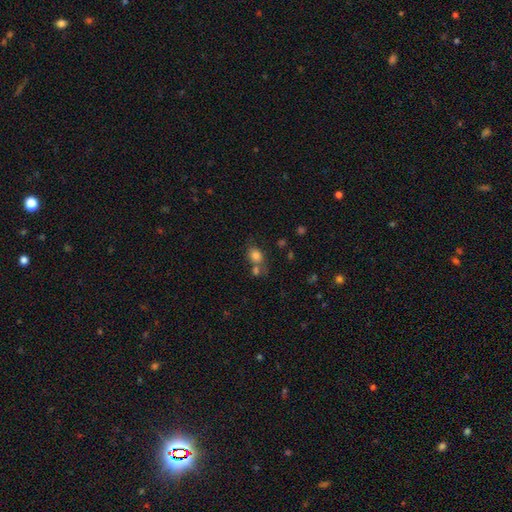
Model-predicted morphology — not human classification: smooth 80%, star or artifact 11%, featured or disk 8%. Down the decision tree: how rounded — round (52%); merging — none (50%).